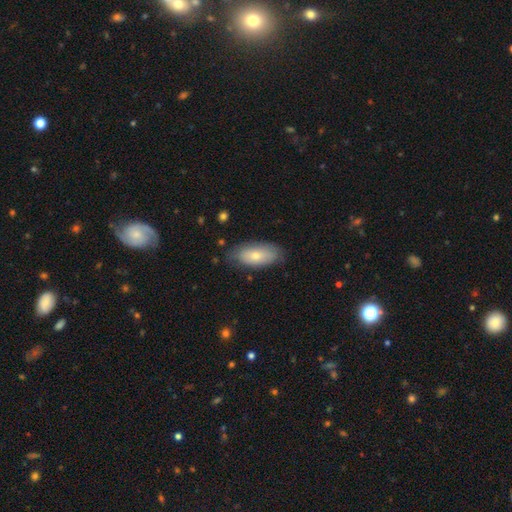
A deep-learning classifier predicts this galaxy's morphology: Smooth or featured: smooth — 71% (featured or disk — 23%)
How rounded: in between — 90% (cigar-shaped — 7%)
Merging: none — 76% (minor disturbance — 19%)